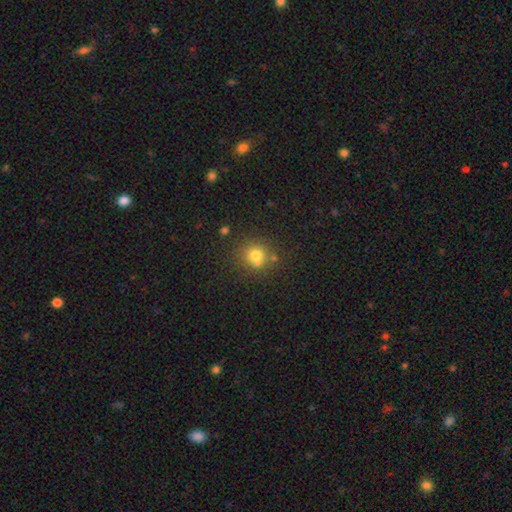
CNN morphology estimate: The model was most divided on "merging": none: 65%, merger: 20%, minor disturbance: 10%, major disturbance: 4%. More confident: how rounded — round (88%); smooth or featured — smooth (73%).